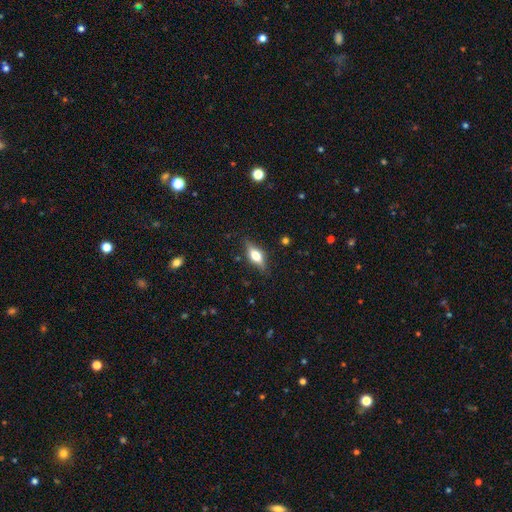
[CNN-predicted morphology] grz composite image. It shows a smooth galaxy with no disk features (48%). Merging: none (81%).